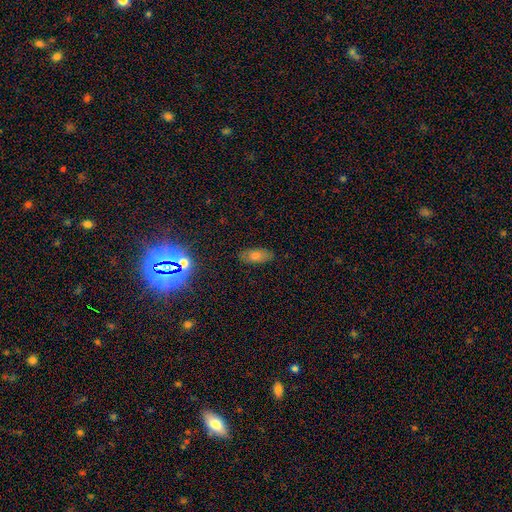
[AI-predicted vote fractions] A smooth galaxy with no disk features (62%) that is in between round and cigar-shaped (85%).

Vote fractions:
- Smooth or featured? smooth: 62% / star or artifact: 20% / featured or disk: 18%
- How rounded? in between: 85% / cigar-shaped: 10% / round: 5%
- Merging? none: 85% / minor disturbance: 11% / major disturbance: 3% / merger: 2%